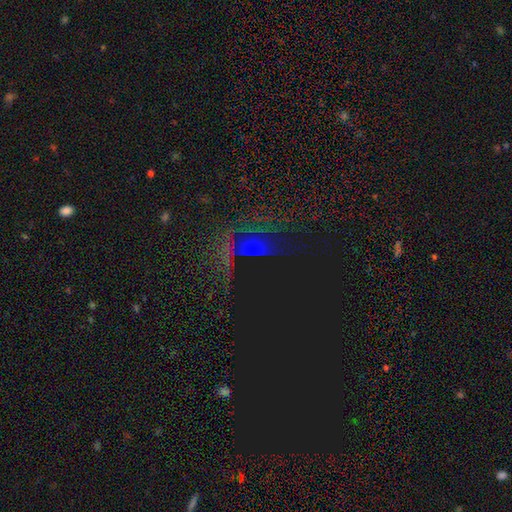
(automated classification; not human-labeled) Smooth or featured?
  - star or artifact: 60% *
  - smooth: 23%
  - featured or disk: 17%